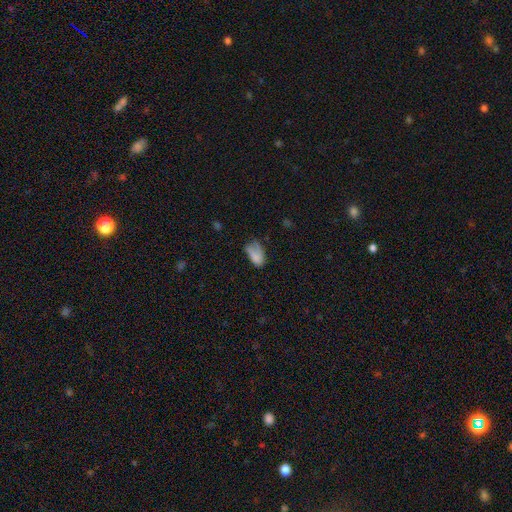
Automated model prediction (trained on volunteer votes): Smooth or featured?
  - smooth: 70% *
  - featured or disk: 19%
  - star or artifact: 10%
How rounded?
  - in between: 90% *
  - round: 5%
  - cigar-shaped: 4%
Merging?
  - major disturbance: 33% *
  - minor disturbance: 32%
  - none: 30%
  - merger: 5%